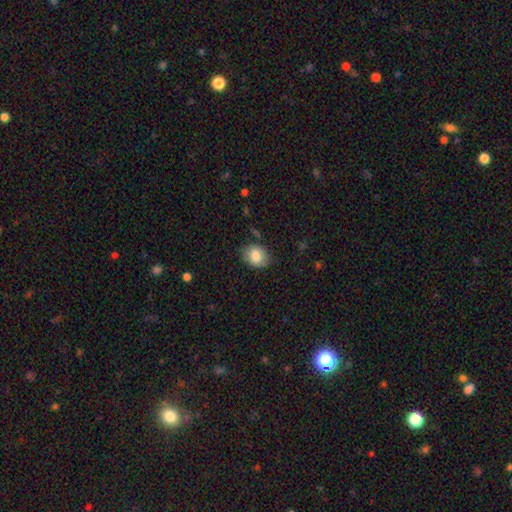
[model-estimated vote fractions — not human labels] The model was most divided on "how rounded": in between: 56%, round: 43%, cigar-shaped: 1%. More confident: smooth or featured — smooth (83%); merging — none (77%).